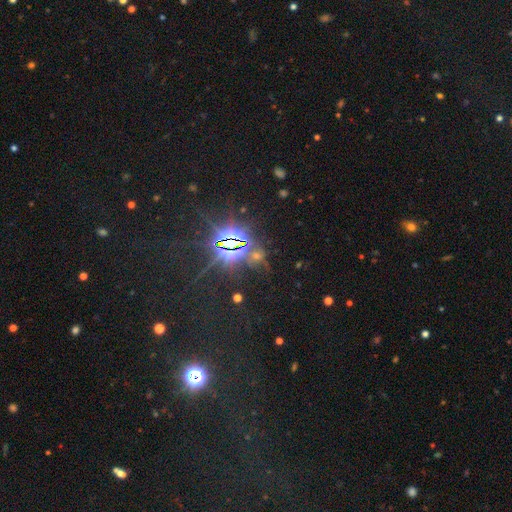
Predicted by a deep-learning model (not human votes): A star or artifact, not a galaxy (80%).

Vote fractions:
- Smooth or featured? star or artifact: 80% / smooth: 10% / featured or disk: 9%